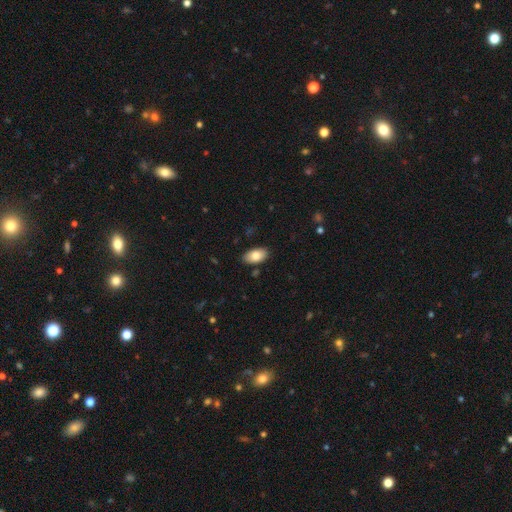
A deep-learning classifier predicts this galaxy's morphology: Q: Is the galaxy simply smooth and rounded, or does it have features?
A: smooth — 83%.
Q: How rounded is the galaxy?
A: in between — 95%.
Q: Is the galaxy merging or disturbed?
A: none — 87%.